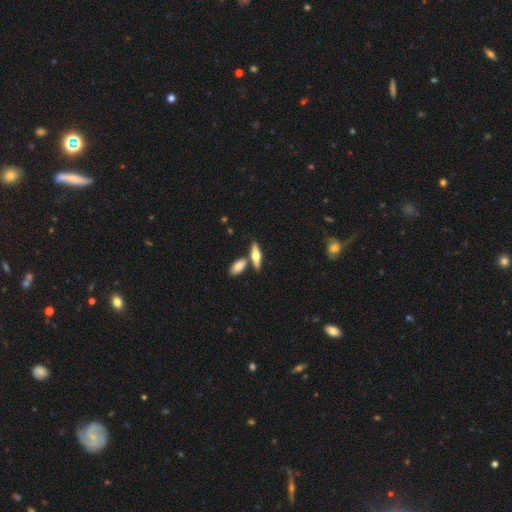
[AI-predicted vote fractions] Smooth or featured?
  - featured or disk: 51% *
  - smooth: 43%
  - star or artifact: 6%
Edge-on disk?
  - yes: 92% *
  - no: 8%
Merging?
  - none: 66% *
  - merger: 22%
  - minor disturbance: 10%
  - major disturbance: 3%